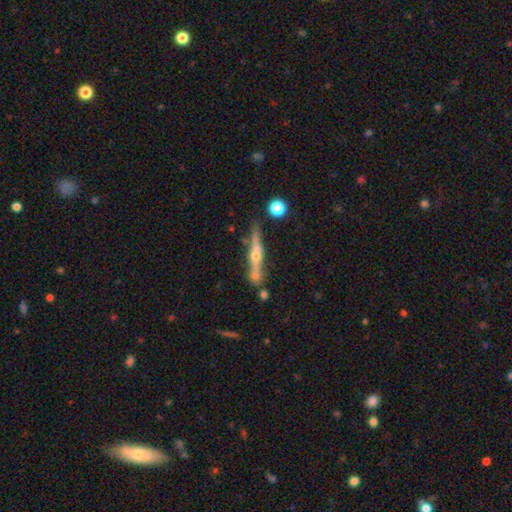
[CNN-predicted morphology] smooth_or_featured: featured or disk (p=0.76) [alt: smooth p=0.17]
disk_edge_on: yes (p=0.96) [alt: no p=0.04]
edge_on_bulge: rounded (p=0.91) [alt: none p=0.06]
merging: none (p=0.73) [alt: minor disturbance p=0.13]